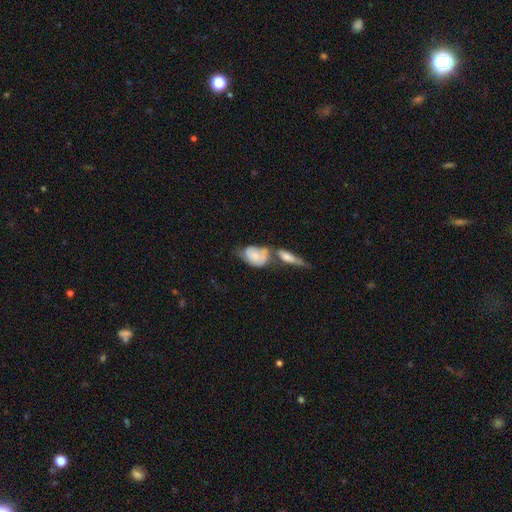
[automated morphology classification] Smooth or featured? Predicted: smooth (p=0.62). How rounded? Predicted: in between (p=0.83). Merging? Predicted: merger (p=0.55).